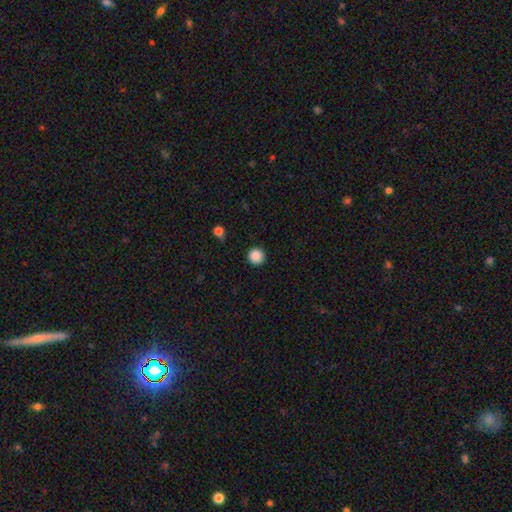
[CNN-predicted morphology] type=smooth (88%); roundness=round (96%); merging=none (92%).